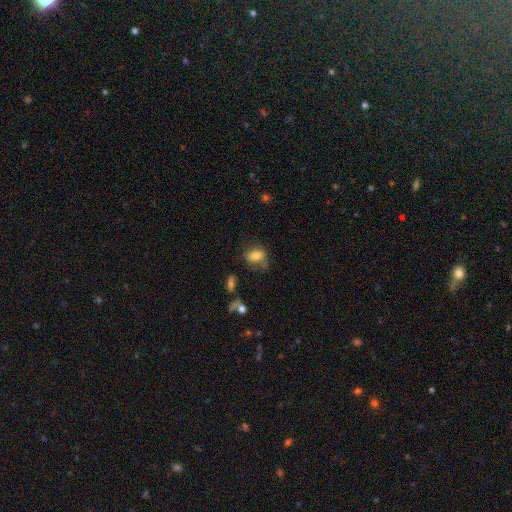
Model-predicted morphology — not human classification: smooth_or_featured: smooth (p=0.71) [alt: featured or disk p=0.19]
how_rounded: in between (p=0.77) [alt: round p=0.19]
merging: none (p=0.51) [alt: minor disturbance p=0.26]